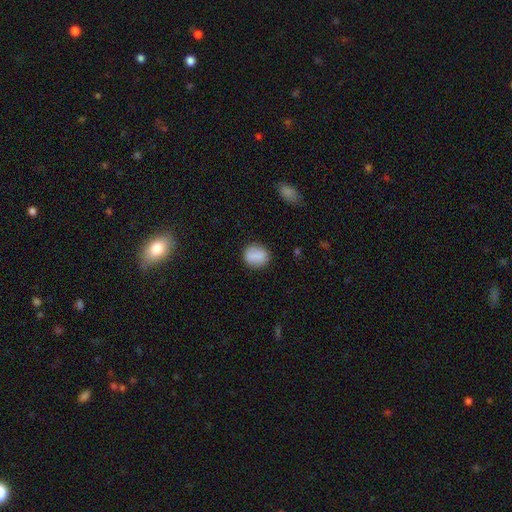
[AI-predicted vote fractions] Smooth or featured? Predicted: smooth (p=0.84). How rounded? Predicted: round (p=0.67). Merging? Predicted: none (p=0.85).